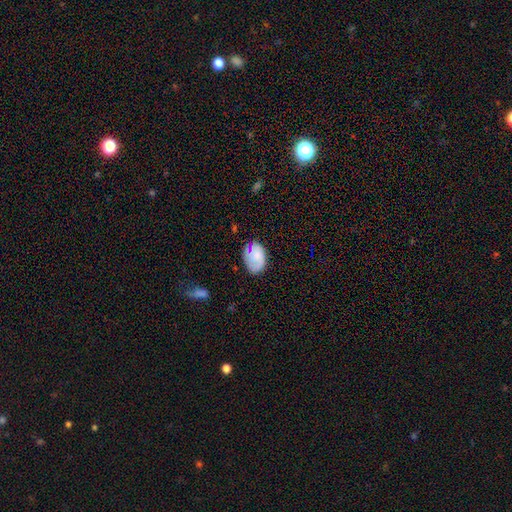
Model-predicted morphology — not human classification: Smooth or featured?
  - smooth: 61% *
  - featured or disk: 31%
  - star or artifact: 8%
How rounded?
  - in between: 84% *
  - round: 15%
  - cigar-shaped: 1%
Merging?
  - none: 64% *
  - minor disturbance: 25%
  - major disturbance: 9%
  - merger: 2%